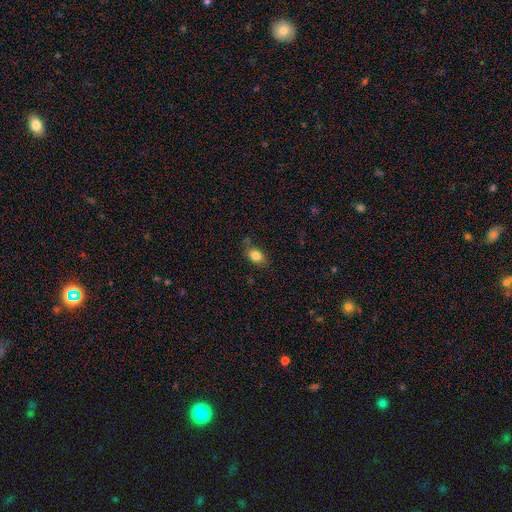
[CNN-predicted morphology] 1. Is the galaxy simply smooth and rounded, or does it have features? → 83% smooth, 9% star or artifact, 8% featured or disk.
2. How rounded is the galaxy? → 82% in between, 15% round, 2% cigar-shaped.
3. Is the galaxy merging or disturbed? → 75% none, 17% minor disturbance, 4% major disturbance, 4% merger.